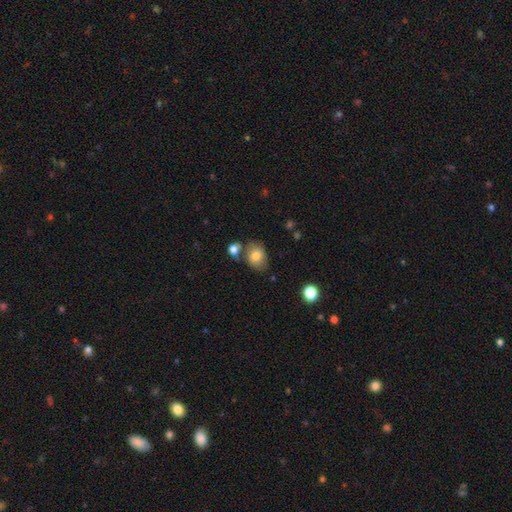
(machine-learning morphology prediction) Overall: smooth (77%). How rounded: in between (62%; round 37%). Merging: none (61%).